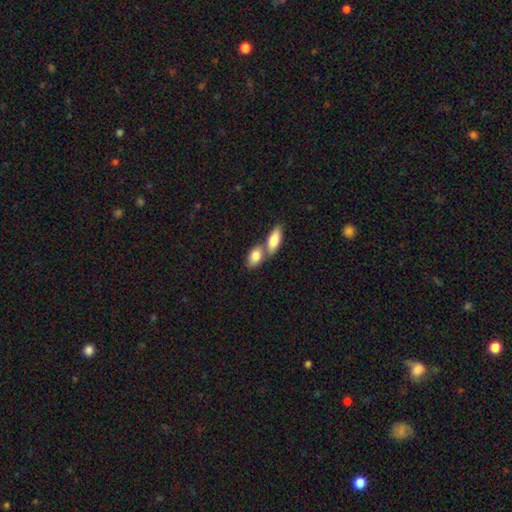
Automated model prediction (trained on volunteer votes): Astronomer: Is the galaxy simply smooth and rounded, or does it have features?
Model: smooth — 82%.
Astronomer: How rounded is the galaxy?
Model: in between — 86%.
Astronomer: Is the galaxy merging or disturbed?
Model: merger — 54% (runner-up: none, 35%).